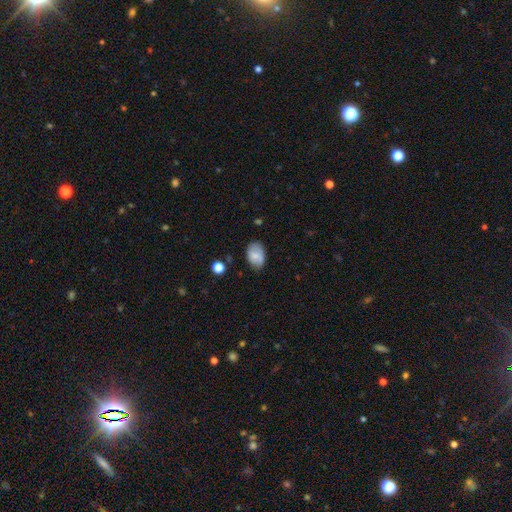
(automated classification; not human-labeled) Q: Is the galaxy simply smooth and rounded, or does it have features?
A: smooth — 76%.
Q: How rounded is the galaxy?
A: in between — 84%.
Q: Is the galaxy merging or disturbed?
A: none — 73%.